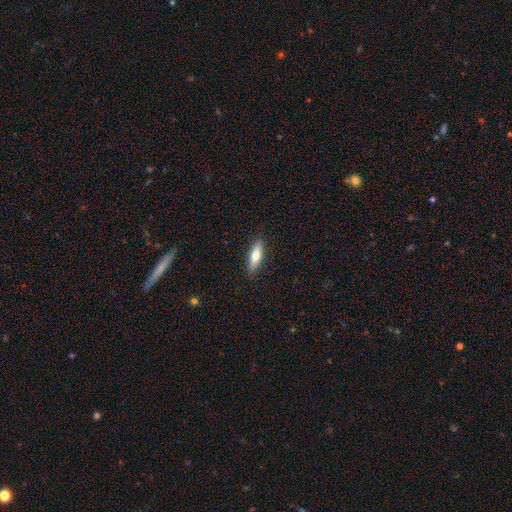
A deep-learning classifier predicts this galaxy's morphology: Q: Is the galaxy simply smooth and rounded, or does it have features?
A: smooth — 65%.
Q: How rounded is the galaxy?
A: cigar-shaped — 58%.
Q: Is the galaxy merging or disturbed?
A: none — 88%.